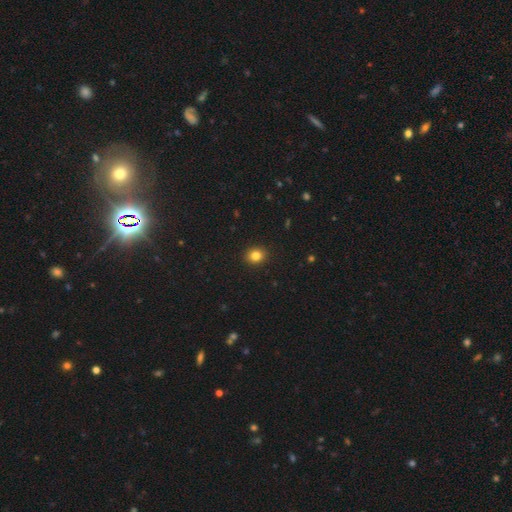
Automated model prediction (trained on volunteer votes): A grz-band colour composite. It shows a smooth galaxy with no disk features (83%) that is round (69%). Merging: none (92%).